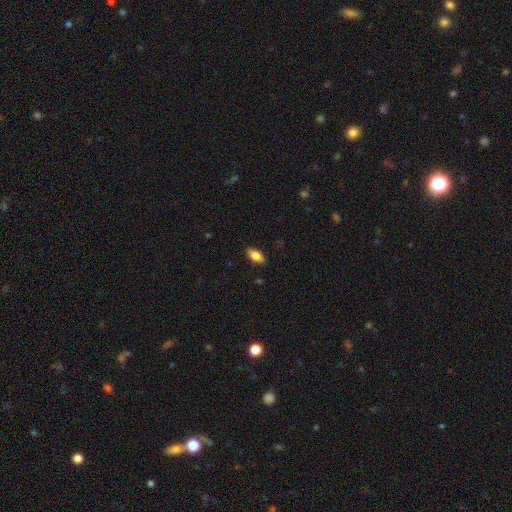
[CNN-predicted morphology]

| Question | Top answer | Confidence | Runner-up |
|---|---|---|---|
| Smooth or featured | smooth | 80% | featured or disk (13%) |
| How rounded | in between | 87% | cigar-shaped (10%) |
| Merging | none | 88% | minor disturbance (9%) |